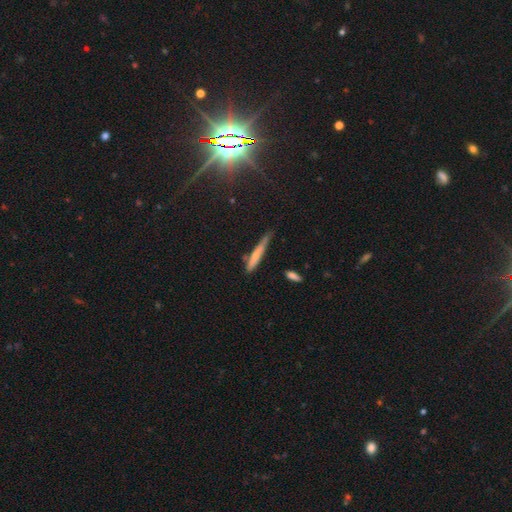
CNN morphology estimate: A smooth galaxy with no disk features (64%) that is cigar-shaped (91%).

Vote fractions:
- Smooth or featured? smooth: 64% / featured or disk: 28% / star or artifact: 8%
- How rounded? cigar-shaped: 91% / in between: 7% / round: 2%
- Merging? none: 58% / minor disturbance: 30% / major disturbance: 7% / merger: 5%